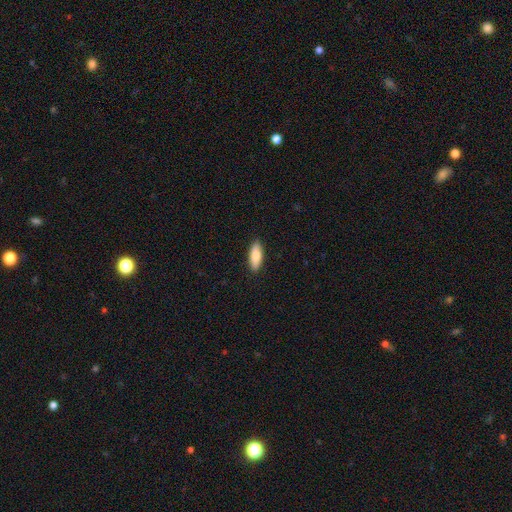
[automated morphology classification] Smooth or featured? Predicted: smooth (p=0.81). How rounded? Predicted: in between (p=0.67). Merging? Predicted: none (p=0.90).